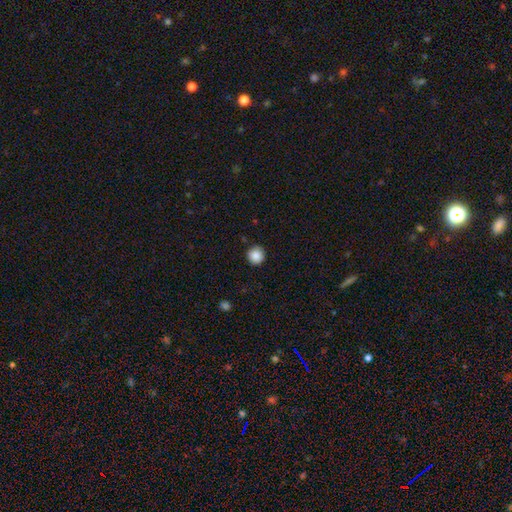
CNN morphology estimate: Smooth or featured: smooth — 87% (star or artifact — 9%)
How rounded: round — 94% (in between — 5%)
Merging: none — 90% (minor disturbance — 7%)